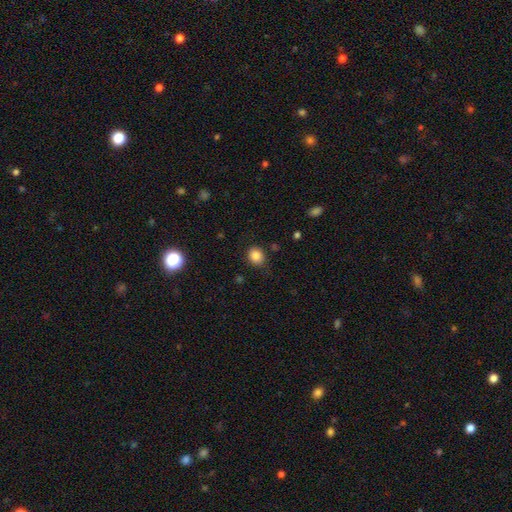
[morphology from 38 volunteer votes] smooth_or_featured: smooth (p=0.89) [alt: featured or disk p=0.11]
how_rounded: round (p=0.76) [alt: in between p=0.24]
merging: none (p=0.92) [alt: minor disturbance p=0.05]